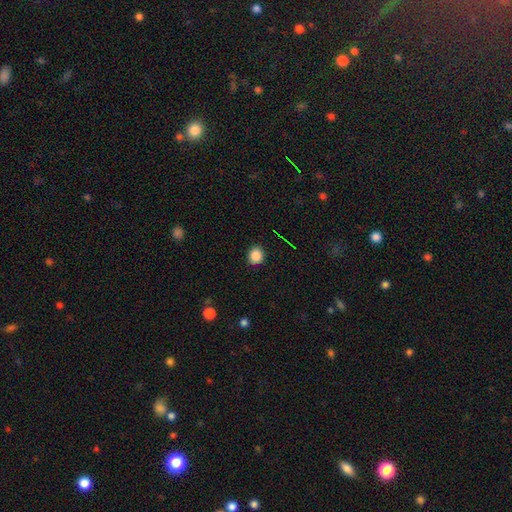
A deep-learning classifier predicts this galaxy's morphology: The model was most divided on "how rounded": round: 81%, in between: 18%, cigar-shaped: 1%. More confident: merging — none (90%); smooth or featured — smooth (86%).